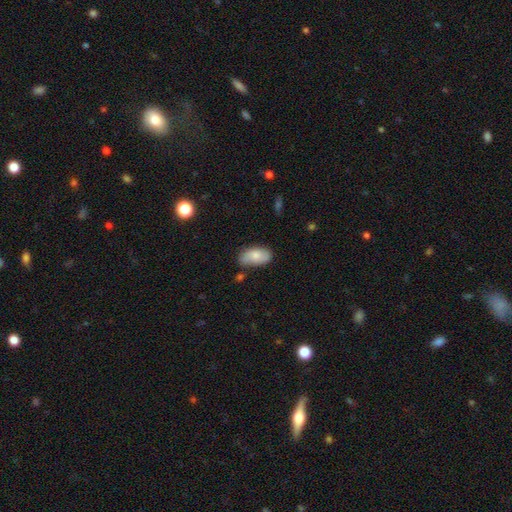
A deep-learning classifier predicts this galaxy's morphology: A smooth galaxy with no disk features (78%) that is in between round and cigar-shaped (94%).

Vote fractions:
- Smooth or featured? smooth: 78% / featured or disk: 16% / star or artifact: 7%
- How rounded? in between: 94% / round: 3% / cigar-shaped: 3%
- Merging? none: 65% / minor disturbance: 25% / major disturbance: 5% / merger: 5%